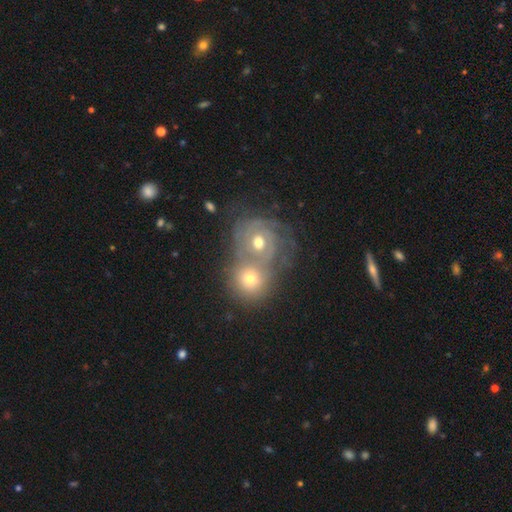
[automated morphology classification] Smooth or featured? Predicted: smooth (p=0.42). Merging? Predicted: merger (p=0.60).